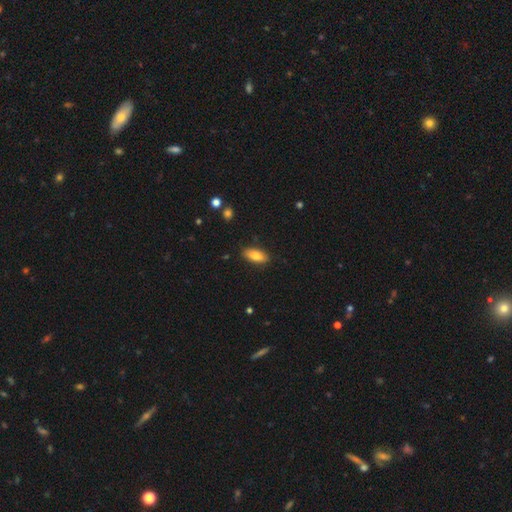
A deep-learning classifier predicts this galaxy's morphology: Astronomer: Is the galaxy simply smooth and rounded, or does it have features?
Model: smooth — 81%.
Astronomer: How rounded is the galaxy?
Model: in between — 83%.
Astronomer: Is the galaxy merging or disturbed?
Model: none — 86%.